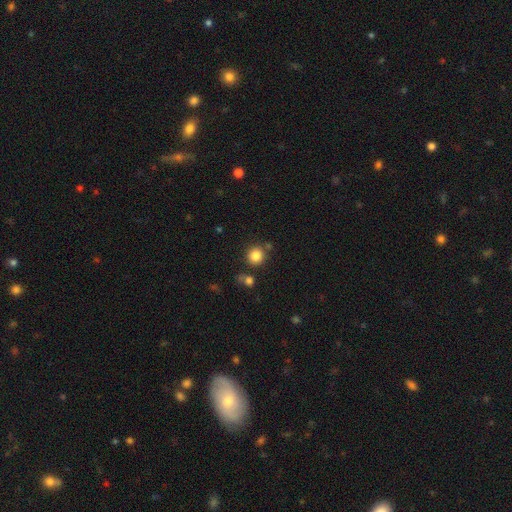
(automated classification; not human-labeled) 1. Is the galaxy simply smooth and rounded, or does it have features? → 84% smooth, 11% star or artifact, 5% featured or disk.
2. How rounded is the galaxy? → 91% round, 8% in between, 1% cigar-shaped.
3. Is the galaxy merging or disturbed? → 79% none, 9% minor disturbance, 9% merger, 3% major disturbance.